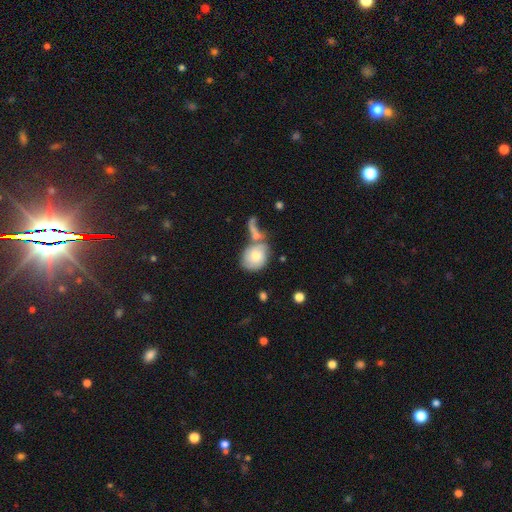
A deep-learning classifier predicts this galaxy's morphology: Smooth or featured? Predicted: smooth (p=0.55). How rounded? Predicted: round (p=0.50). Merging? Predicted: merger (p=0.37).